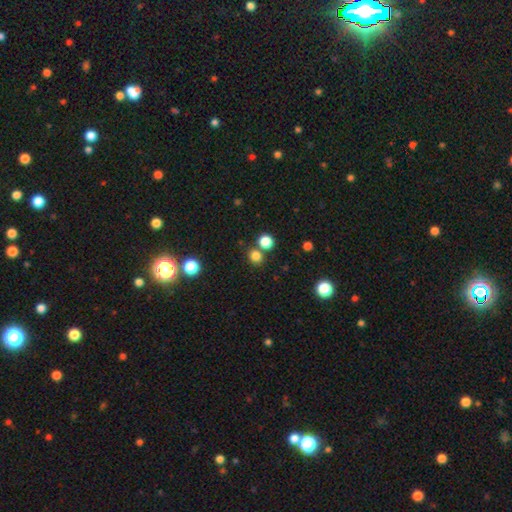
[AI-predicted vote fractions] Smooth or featured? Predicted: smooth (p=0.79). How rounded? Predicted: round (p=0.84). Merging? Predicted: none (p=0.72).